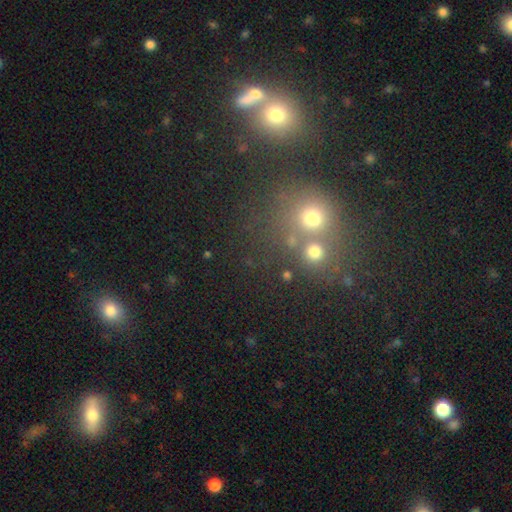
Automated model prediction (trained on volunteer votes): smooth_or_featured: smooth (p=0.50) [alt: star or artifact p=0.39]
merging: none (p=0.58) [alt: merger p=0.28]